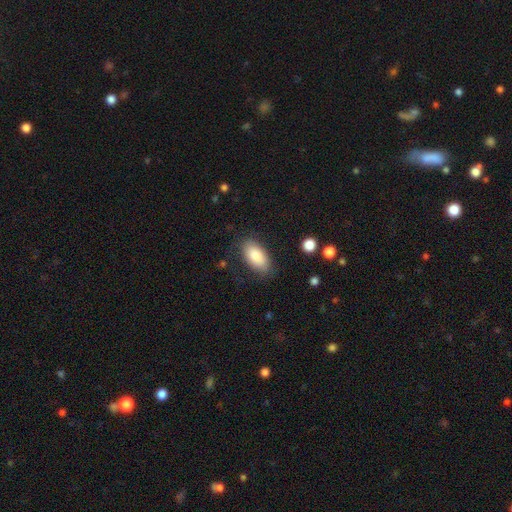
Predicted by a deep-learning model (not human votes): Overall: smooth (85%). How rounded: in between (94%). Merging: none (79%).